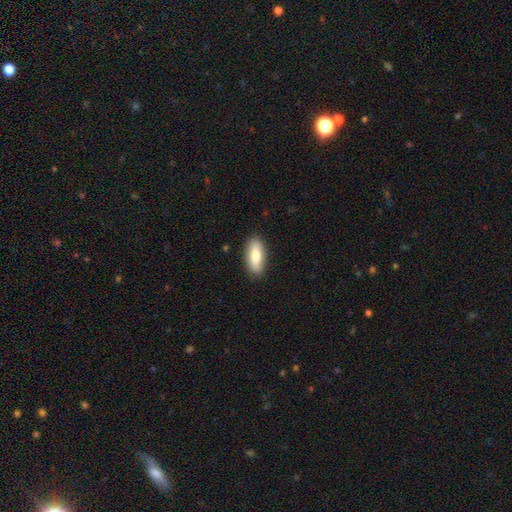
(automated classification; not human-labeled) Smooth or featured? Predicted: smooth (p=0.77). How rounded? Predicted: in between (p=0.77). Merging? Predicted: none (p=0.88).